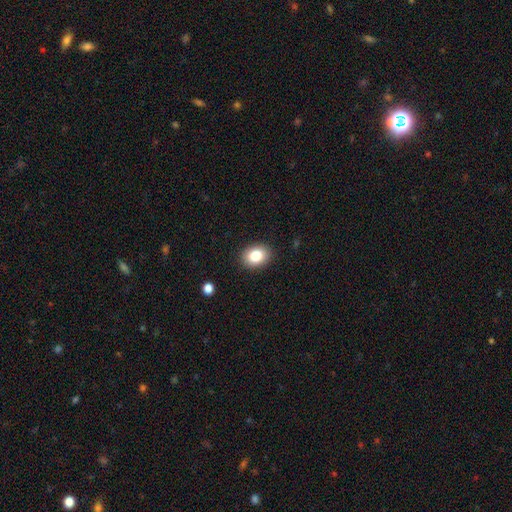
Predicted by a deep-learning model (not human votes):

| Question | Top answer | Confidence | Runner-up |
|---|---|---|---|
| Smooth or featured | smooth | 83% | star or artifact (9%) |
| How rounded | in between | 63% | round (36%) |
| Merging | none | 89% | minor disturbance (8%) |